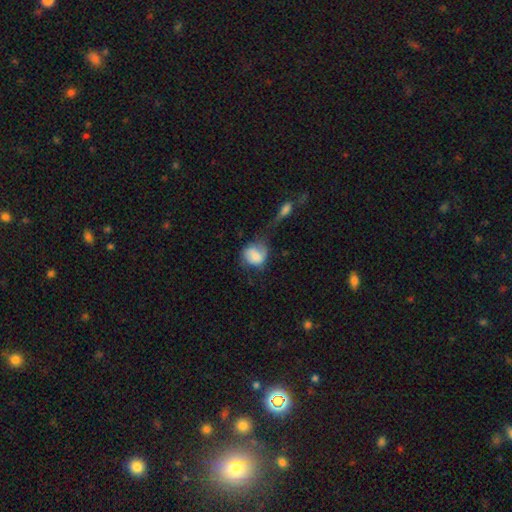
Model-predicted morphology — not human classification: Q: Smooth or featured?
A: smooth (64%); runner-up: featured or disk (28%)
Q: How rounded?
A: round (68%); runner-up: in between (31%)
Q: Merging?
A: none (31%); runner-up: minor disturbance (26%)